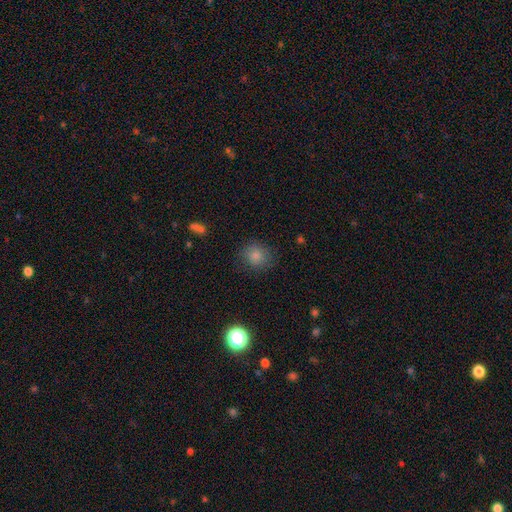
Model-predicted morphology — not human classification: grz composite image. It shows a smooth galaxy with no disk features (83%) that is round (80%). Merging: none (81%).